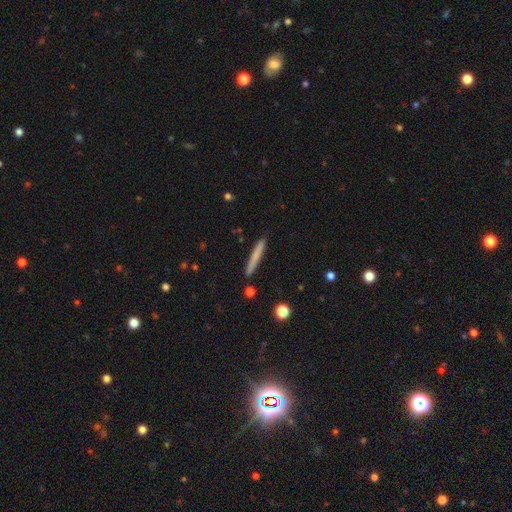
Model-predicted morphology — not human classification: smooth_or_featured: smooth (p=0.70) [alt: featured or disk p=0.24]
how_rounded: cigar-shaped (p=0.96) [alt: in between p=0.02]
merging: none (p=0.90) [alt: minor disturbance p=0.07]